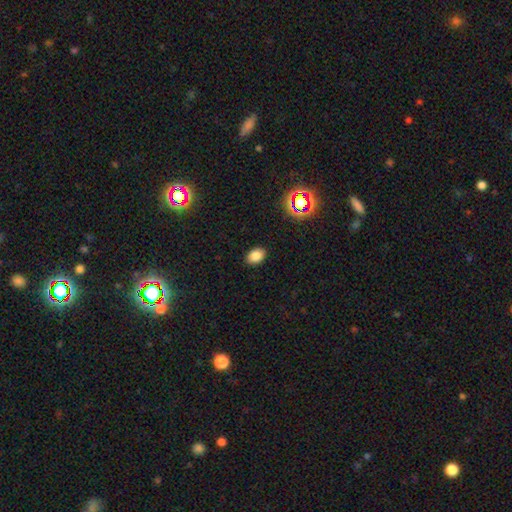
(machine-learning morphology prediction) smooth_or_featured: smooth (p=0.82) [alt: star or artifact p=0.13]
how_rounded: in between (p=0.80) [alt: round p=0.19]
merging: none (p=0.89) [alt: minor disturbance p=0.08]